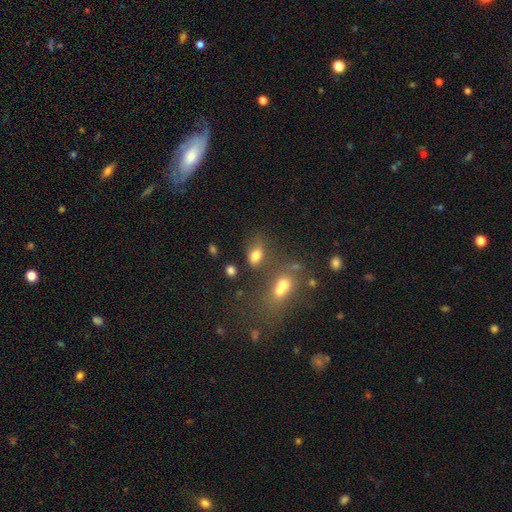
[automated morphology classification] Smooth or featured: smooth — 76% (star or artifact — 14%)
How rounded: in between — 82% (round — 15%)
Merging: none — 49% (merger — 21%)